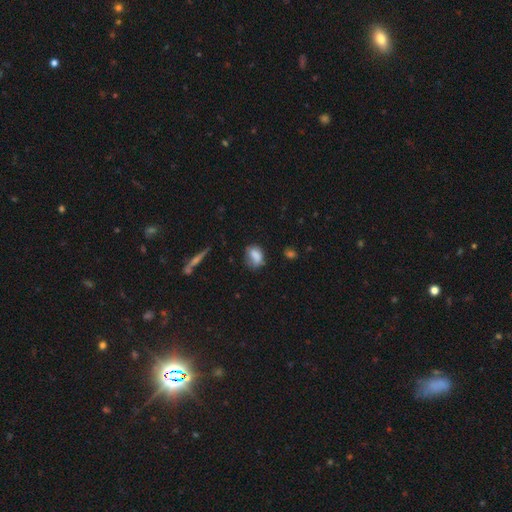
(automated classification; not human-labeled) A smooth galaxy with no disk features (76%) that is in between round and cigar-shaped (71%).

Vote fractions:
- Smooth or featured? smooth: 76% / featured or disk: 15% / star or artifact: 10%
- How rounded? in between: 71% / round: 26% / cigar-shaped: 3%
- Merging? none: 51% / minor disturbance: 32% / major disturbance: 12% / merger: 5%